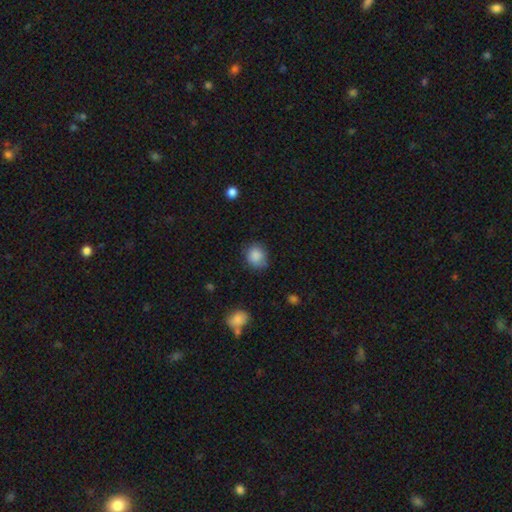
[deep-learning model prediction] A smooth galaxy with no disk features (86%) that is round (72%).

Vote fractions:
- Smooth or featured? smooth: 86% / star or artifact: 9% / featured or disk: 5%
- How rounded? round: 72% / in between: 27% / cigar-shaped: 1%
- Merging? none: 69% / minor disturbance: 24% / major disturbance: 5% / merger: 2%